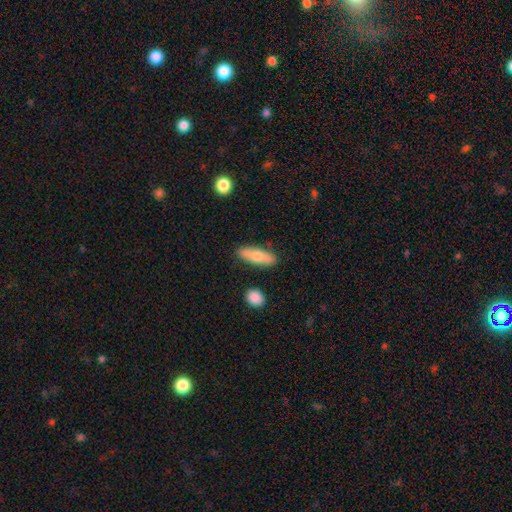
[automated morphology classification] type=smooth (71%); roundness=cigar-shaped (49%); merging=none (84%).